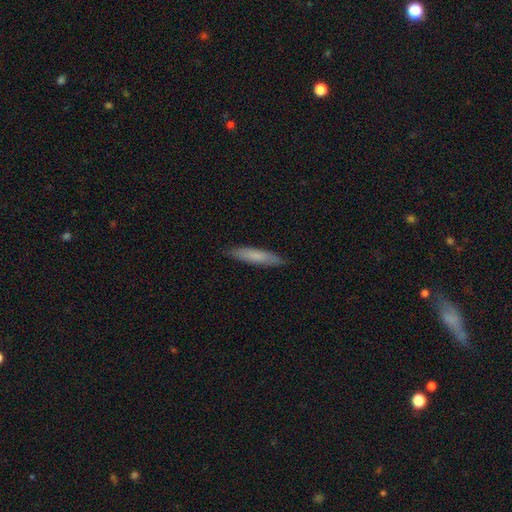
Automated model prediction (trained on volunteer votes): Overall: smooth (76%). How rounded: cigar-shaped (86%). Merging: none (88%).